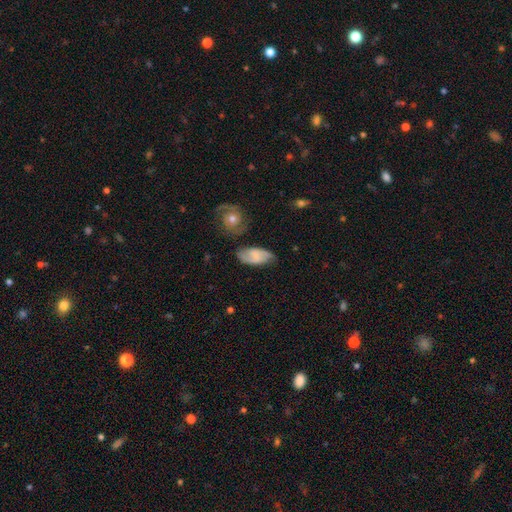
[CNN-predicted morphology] smooth_or_featured: featured or disk (p=0.54) [alt: smooth p=0.38]
disk_edge_on: no (p=0.94) [alt: yes p=0.06]
bar: weak (p=0.44) [alt: no p=0.41]
has_spiral_arms: yes (p=0.88) [alt: no p=0.12]
bulge_size: none (p=0.50) [alt: small p=0.29]
merging: none (p=0.66) [alt: minor disturbance p=0.23]